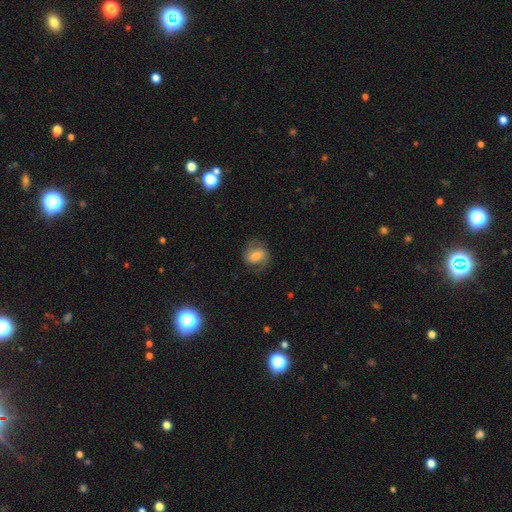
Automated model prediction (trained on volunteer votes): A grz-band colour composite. It shows a featured or disk galaxy (46%). Merging: none (70%).